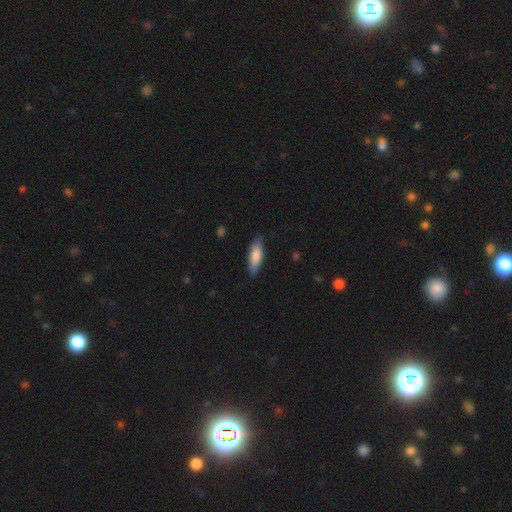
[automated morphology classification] This is clearly a smooth galaxy (82%). How rounded: possibly in between (54%). Merging: clearly none (83%).